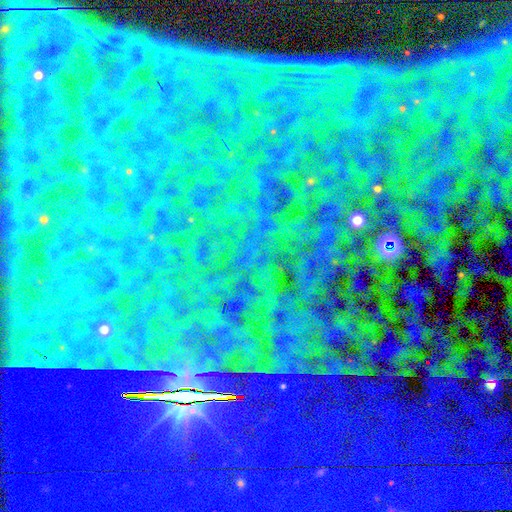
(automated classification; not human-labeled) Morphology: type=star or artifact (83%).